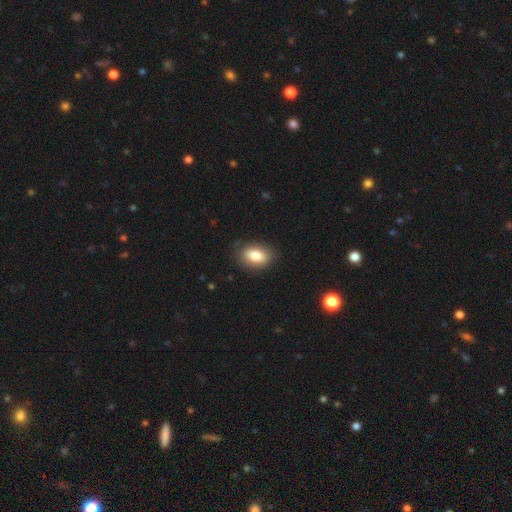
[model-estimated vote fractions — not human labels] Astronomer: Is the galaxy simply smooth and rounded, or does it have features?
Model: smooth — 82%.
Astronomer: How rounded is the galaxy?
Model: in between — 86%.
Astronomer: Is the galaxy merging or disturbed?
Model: none — 84%.